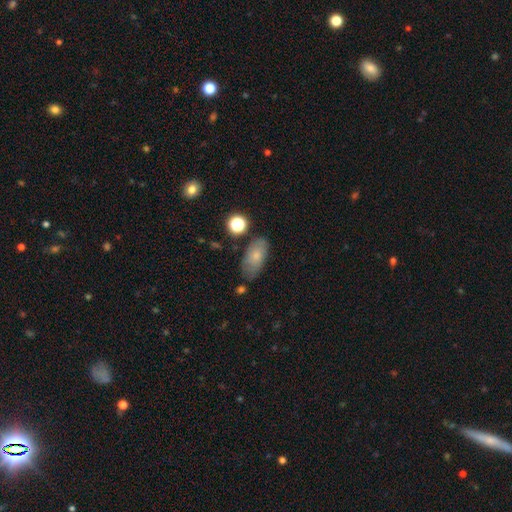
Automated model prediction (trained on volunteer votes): Smooth or featured? Predicted: smooth (p=0.75). How rounded? Predicted: in between (p=0.90). Merging? Predicted: none (p=0.69).